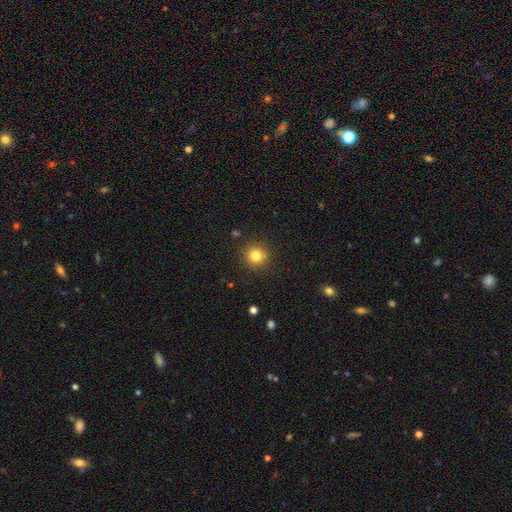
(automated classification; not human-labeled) Overall: smooth (81%). How rounded: round (93%). Merging: none (90%).